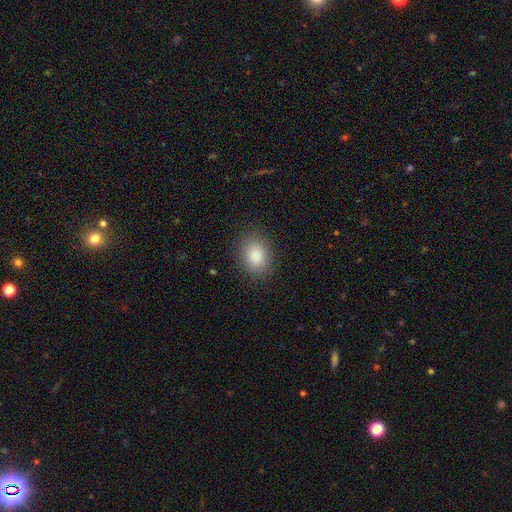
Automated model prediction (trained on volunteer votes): Smooth or featured? smooth (87%)
How rounded? in between (61%)
Merging? none (86%)